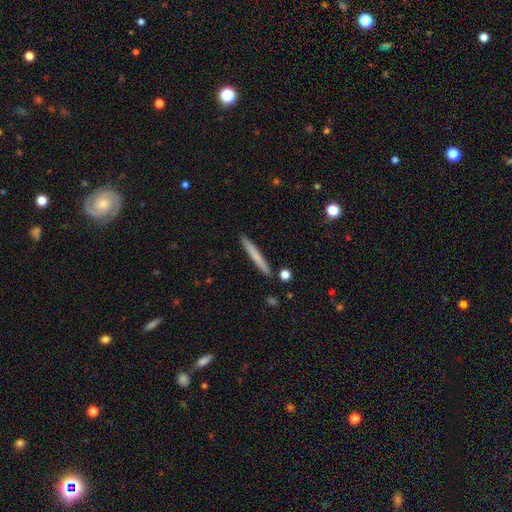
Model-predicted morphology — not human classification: This appears to be a smooth galaxy with no disk features (69%) that is cigar-shaped (97%). Merging: none (90%).